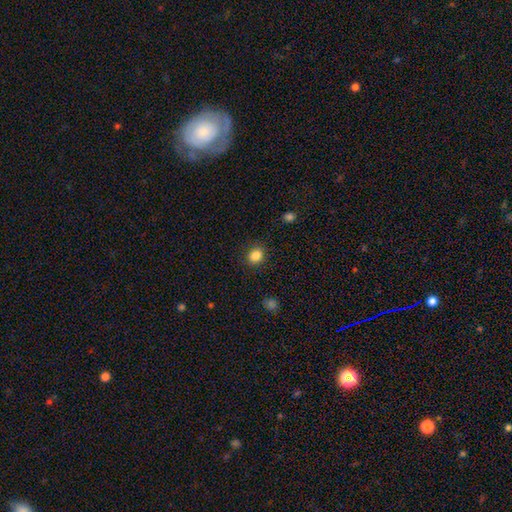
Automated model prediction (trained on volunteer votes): Overall: smooth (86%). How rounded: round (72%). Merging: none (88%).